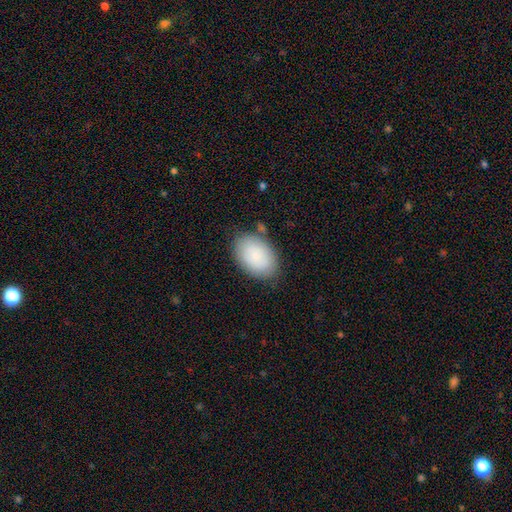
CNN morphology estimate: A smooth galaxy with no disk features (81%) that is in between round and cigar-shaped (87%).

Vote fractions:
- Smooth or featured? smooth: 81% / featured or disk: 12% / star or artifact: 7%
- How rounded? in between: 87% / round: 12% / cigar-shaped: 1%
- Merging? none: 78% / minor disturbance: 15% / major disturbance: 4% / merger: 3%